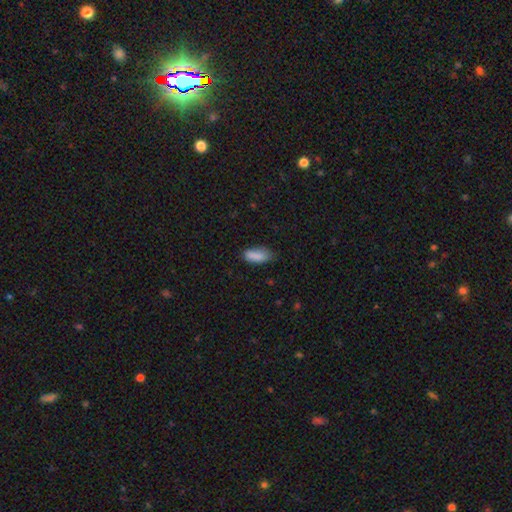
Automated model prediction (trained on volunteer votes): The model was most divided on "merging": none: 63%, minor disturbance: 28%, major disturbance: 6%, merger: 2%. More confident: smooth or featured — smooth (86%); how rounded — in between (80%).